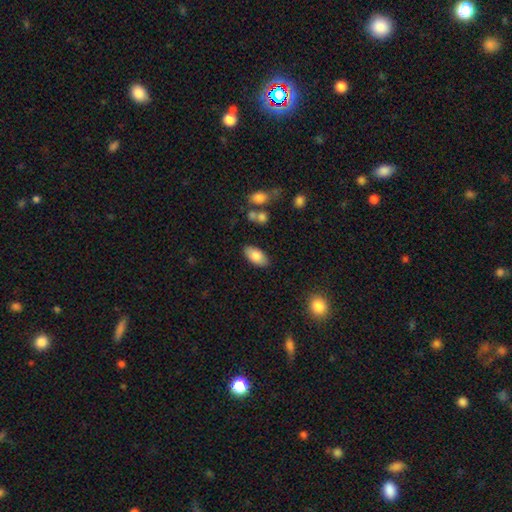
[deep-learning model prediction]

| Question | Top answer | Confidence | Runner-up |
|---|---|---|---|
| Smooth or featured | smooth | 82% | featured or disk (12%) |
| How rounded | in between | 94% | cigar-shaped (4%) |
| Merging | none | 85% | minor disturbance (10%) |